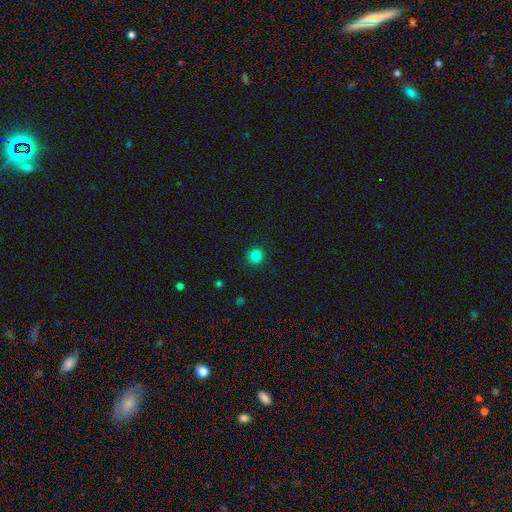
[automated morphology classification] This appears to be a smooth galaxy with no disk features (83%) that is round (93%). Merging: none (91%).